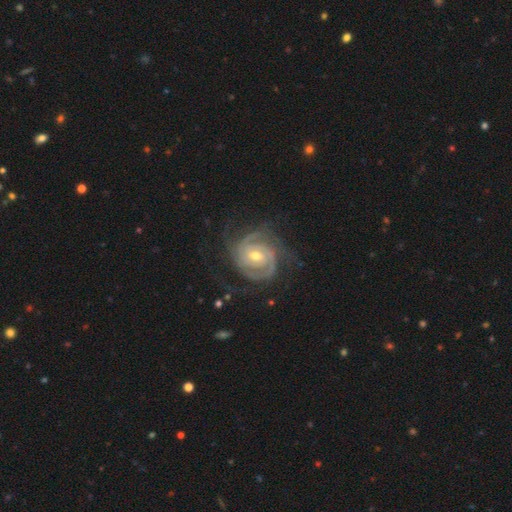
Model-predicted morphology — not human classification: Smooth or featured?
  - featured or disk: 91% *
  - star or artifact: 4%
  - smooth: 4%
Edge-on disk?
  - no: 98% *
  - yes: 2%
Bar?
  - no: 49% *
  - weak: 38%
  - strong: 13%
Spiral arms?
  - yes: 98% *
  - no: 2%
Spiral winding?
  - tight: 73% *
  - medium: 23%
  - loose: 4%
Spiral arm count?
  - 3: 33% *
  - 2: 31%
  - can't tell: 15%
  - 4: 10%
  - 1: 5%
  - more than 4: 5%
Bulge size?
  - moderate: 58% *
  - small: 38%
  - large: 2%
  - none: 1%
  - dominant: 1%
Merging?
  - none: 71% *
  - minor disturbance: 18%
  - major disturbance: 10%
  - merger: 1%